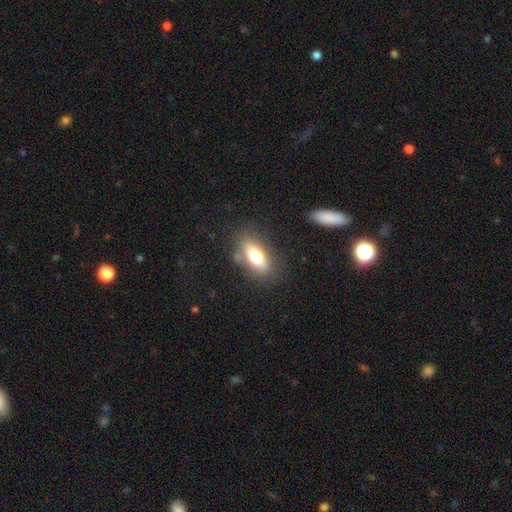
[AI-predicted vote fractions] smooth-or-featured: smooth: 72% | featured or disk: 20% | star or artifact: 8%
  how-rounded: in between: 78% | cigar-shaped: 18% | round: 4%
  merging: none: 77% | minor disturbance: 14% | major disturbance: 5% | merger: 4%